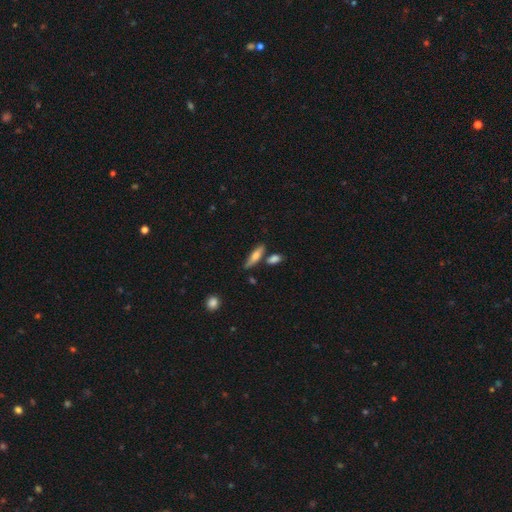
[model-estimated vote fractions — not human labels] This is likely a smooth galaxy (60%). How rounded: likely cigar-shaped (62%). Merging: likely none (67%).